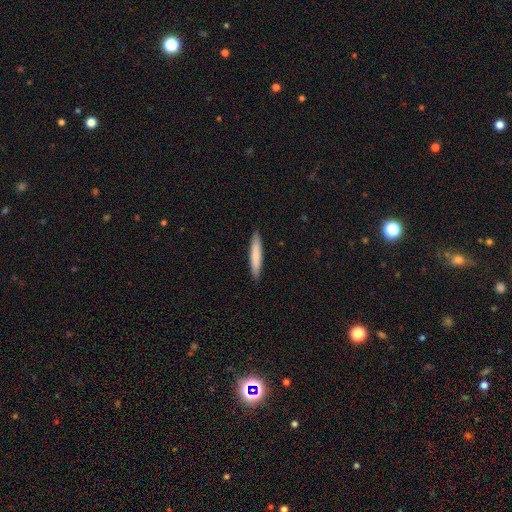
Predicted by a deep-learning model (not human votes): Smooth or featured? smooth (79%)
How rounded? cigar-shaped (92%)
Merging? none (91%)